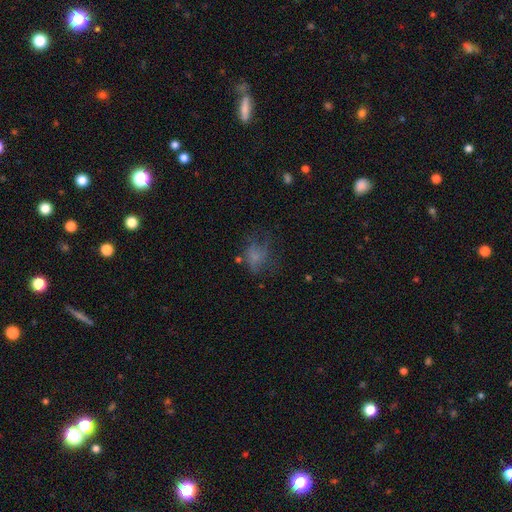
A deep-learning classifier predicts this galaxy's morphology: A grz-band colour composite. It shows a smooth galaxy with no disk features (54%) that is round (50%). Merging: none (41%).